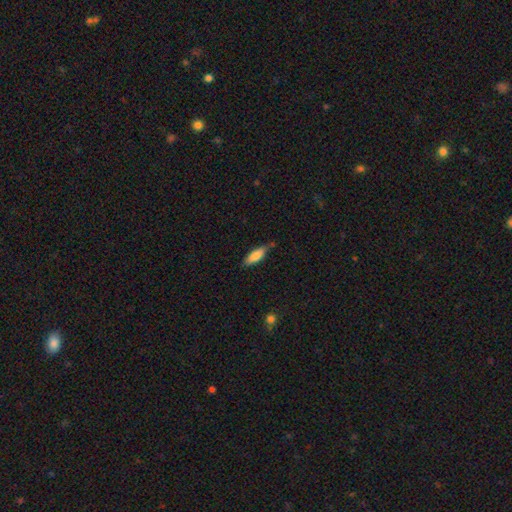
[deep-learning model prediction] This appears to be a smooth galaxy with no disk features (77%) that is in between round and cigar-shaped (49%, tied with cigar-shaped). Merging: none (73%).